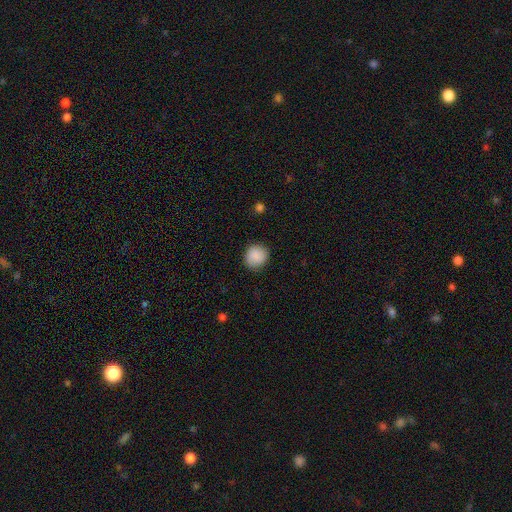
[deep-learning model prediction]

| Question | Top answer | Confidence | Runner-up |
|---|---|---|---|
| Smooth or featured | smooth | 87% | star or artifact (8%) |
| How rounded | round | 87% | in between (12%) |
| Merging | none | 86% | minor disturbance (10%) |